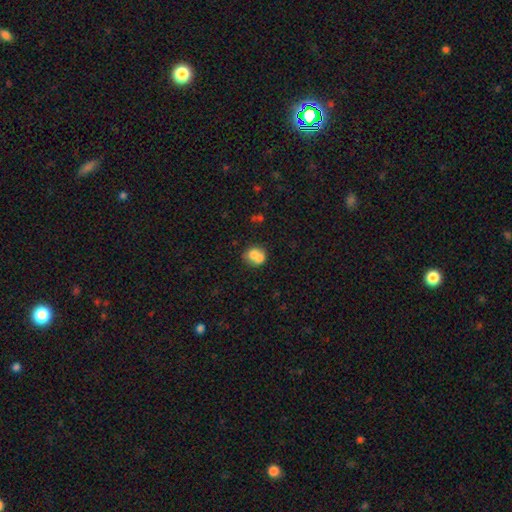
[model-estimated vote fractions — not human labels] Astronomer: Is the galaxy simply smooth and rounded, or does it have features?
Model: smooth — 70%.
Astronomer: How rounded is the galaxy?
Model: round — 68%.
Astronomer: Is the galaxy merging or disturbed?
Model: merger — 57%.